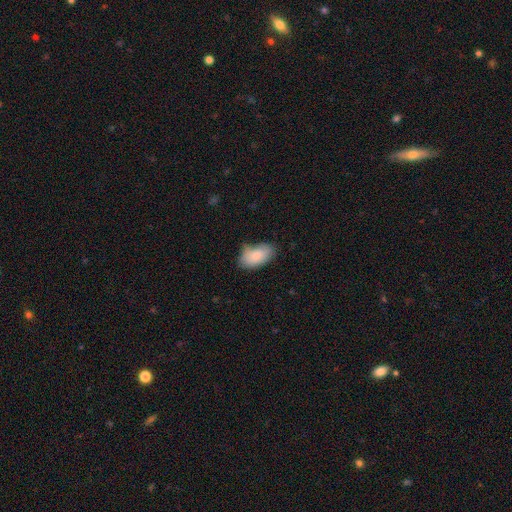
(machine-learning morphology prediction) A smooth galaxy with no disk features (85%) that is in between round and cigar-shaped (94%). Merging: none (63%).